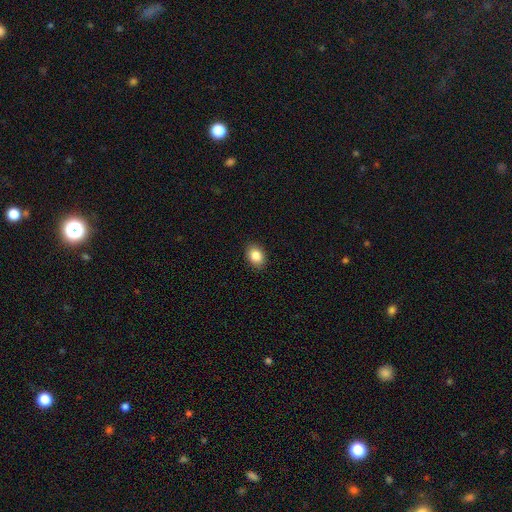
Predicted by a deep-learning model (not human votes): smooth 87%, star or artifact 8%, featured or disk 5%. Down the decision tree: how rounded — in between (75%); merging — none (89%).